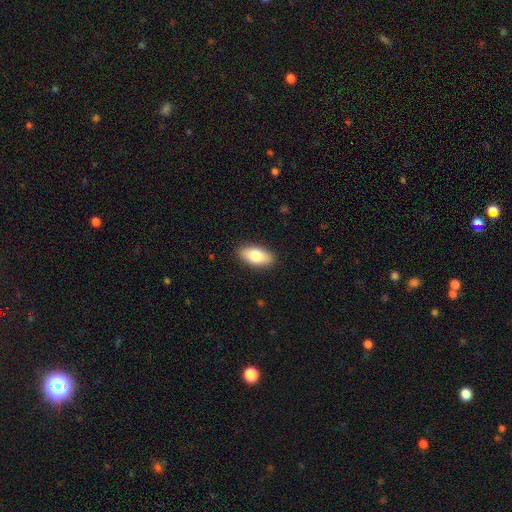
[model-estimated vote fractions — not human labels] Smooth or featured?
  - smooth: 79% *
  - featured or disk: 15%
  - star or artifact: 6%
How rounded?
  - in between: 91% *
  - cigar-shaped: 6%
  - round: 4%
Merging?
  - none: 88% *
  - minor disturbance: 9%
  - major disturbance: 2%
  - merger: 1%